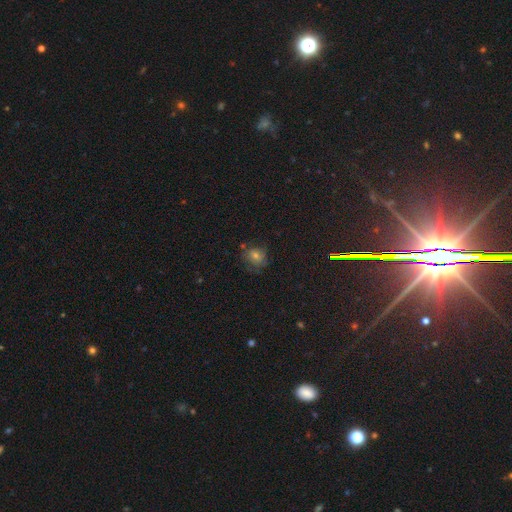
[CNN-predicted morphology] Smooth or featured? Predicted: smooth (p=0.49). Merging? Predicted: none (p=0.66).